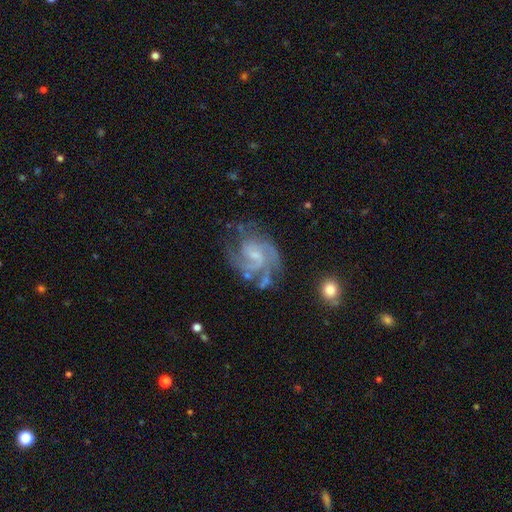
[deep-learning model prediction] Morphology: type=featured or disk (88%); edge-on=no (98%); bar=weak (50%); spiral arms=yes (96%); winding=medium (49%); arm count=2 (42%); bulge=small (60%); merging=none (57%).